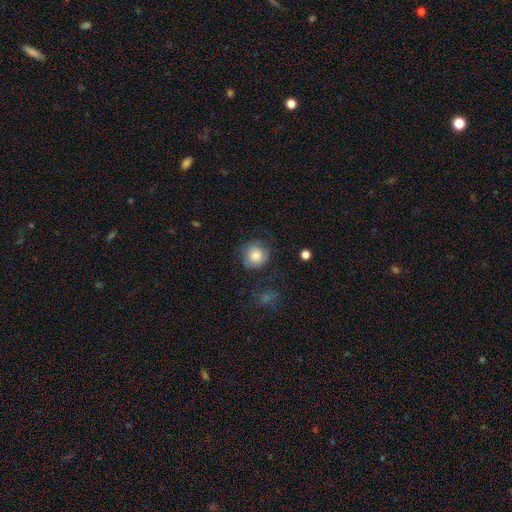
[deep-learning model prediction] A smooth galaxy with no disk features (83%) that is round (88%).

Vote fractions:
- Smooth or featured? smooth: 83% / featured or disk: 9% / star or artifact: 8%
- How rounded? round: 88% / in between: 11% / cigar-shaped: 1%
- Merging? none: 70% / minor disturbance: 19% / major disturbance: 8% / merger: 2%